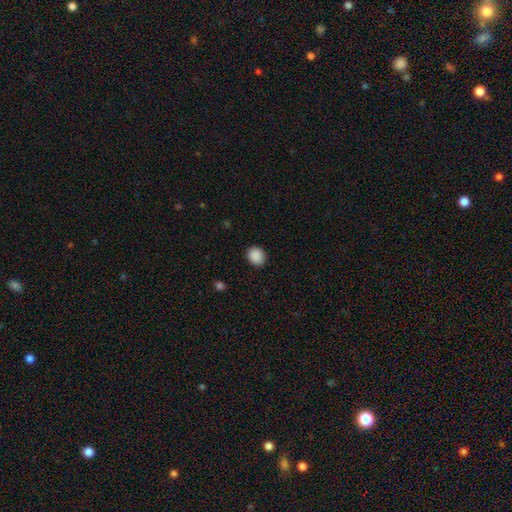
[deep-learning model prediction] A smooth galaxy with no disk features (90%) that is round (73%). Merging: none (90%).